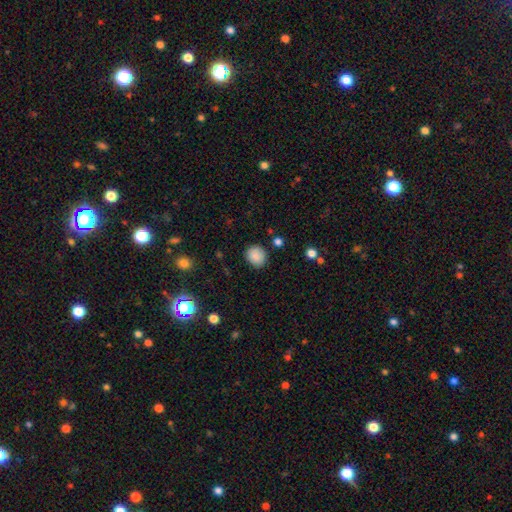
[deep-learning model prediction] This appears to be a smooth galaxy with no disk features (87%) that is round (79%). Merging: none (86%).